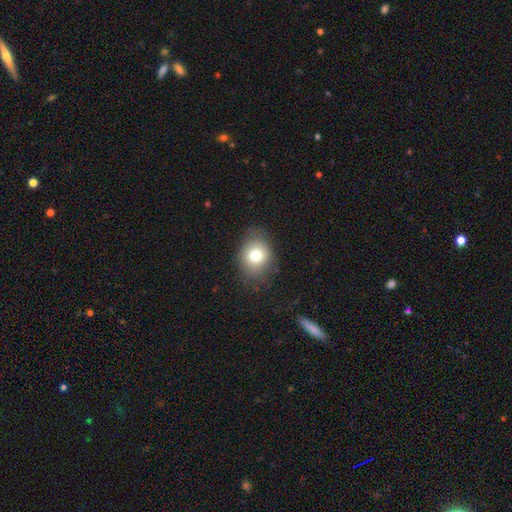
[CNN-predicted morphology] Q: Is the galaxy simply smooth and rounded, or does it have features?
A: smooth — 75%.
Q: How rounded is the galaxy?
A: round — 51%.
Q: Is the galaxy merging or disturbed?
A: none — 77%.